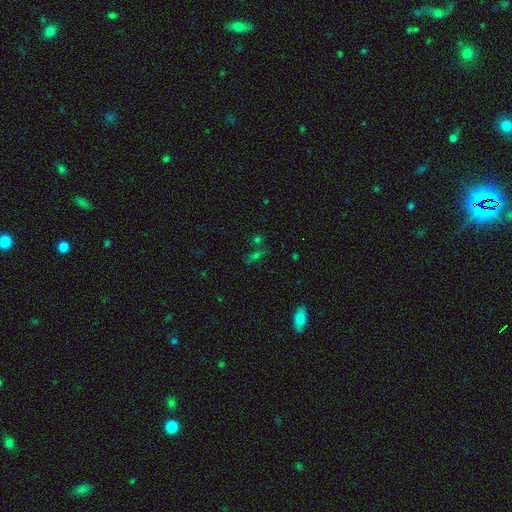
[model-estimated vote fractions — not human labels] smooth 42%, star or artifact 37%, featured or disk 21%. Down the decision tree: merging — none (68%).